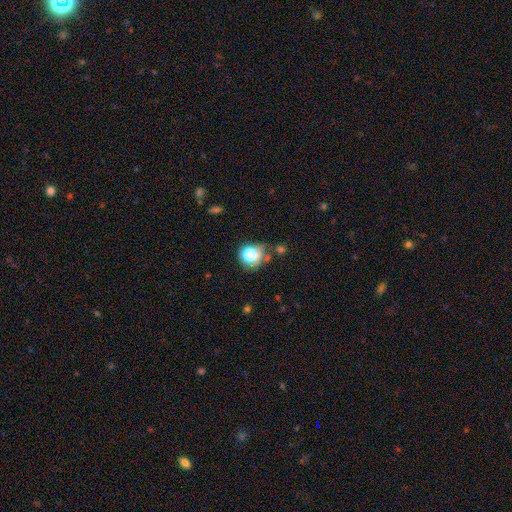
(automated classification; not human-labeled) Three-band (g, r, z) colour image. It shows a smooth galaxy with no disk features (72%) that is round (77%). Merging: none (53%).